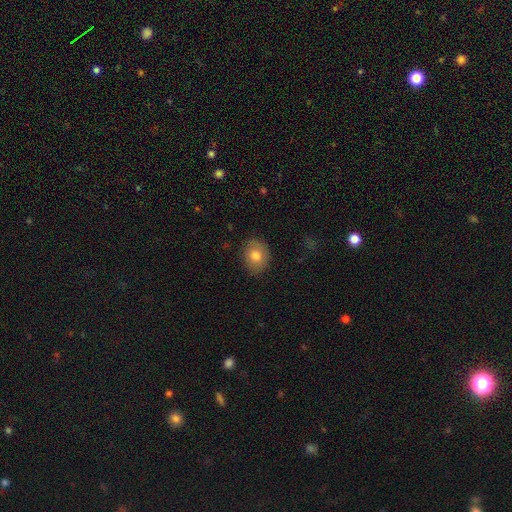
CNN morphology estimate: Smooth or featured?
  - smooth: 77% *
  - featured or disk: 14%
  - star or artifact: 9%
How rounded?
  - round: 56% *
  - in between: 43%
  - cigar-shaped: 1%
Merging?
  - none: 84% *
  - minor disturbance: 12%
  - major disturbance: 3%
  - merger: 1%